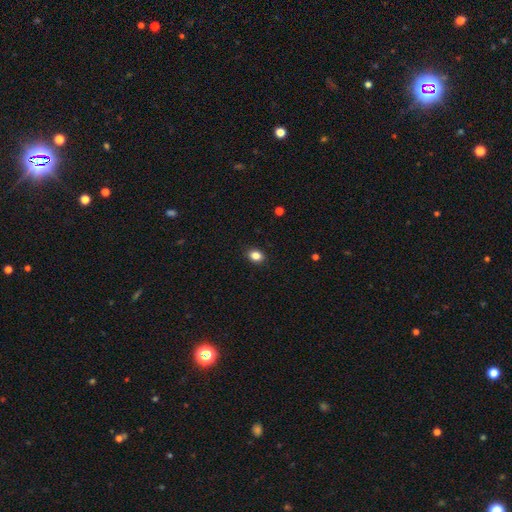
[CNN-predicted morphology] A smooth galaxy with no disk features (85%) that is in between round and cigar-shaped (64%). Merging: none (89%).